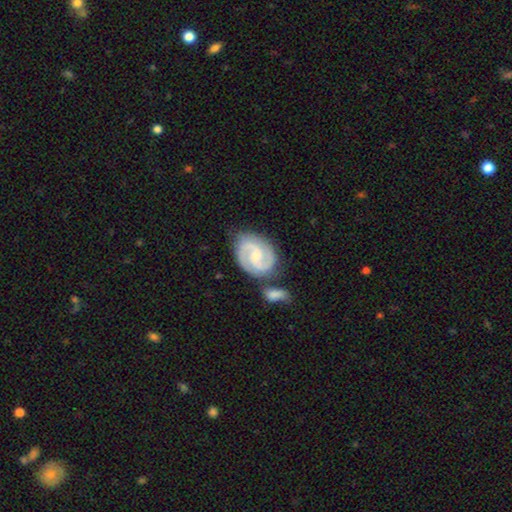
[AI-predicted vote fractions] Smooth or featured: featured or disk — 88% (smooth — 8%)
Edge-on disk: no — 98% (yes — 2%)
Bar: weak — 46% (no — 40%)
Spiral arms: yes — 98% (no — 2%)
Spiral winding: medium — 49% (tight — 43%)
Spiral arm count: 2 — 92% (can't tell — 3%)
Bulge size: small — 44% (moderate — 35%)
Merging: none — 63% (merger — 19%)